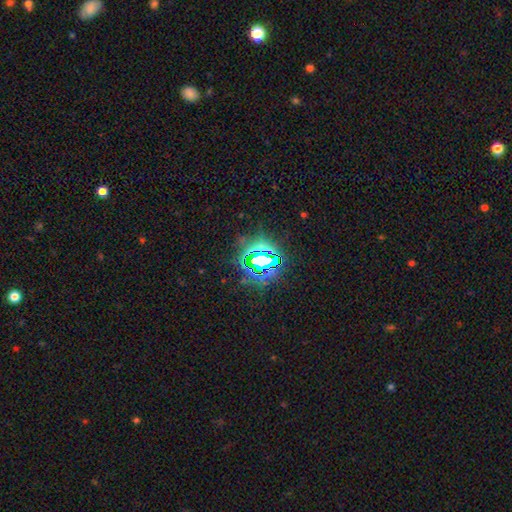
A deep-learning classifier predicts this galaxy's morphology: Smooth or featured: star or artifact — 75% (smooth — 14%)